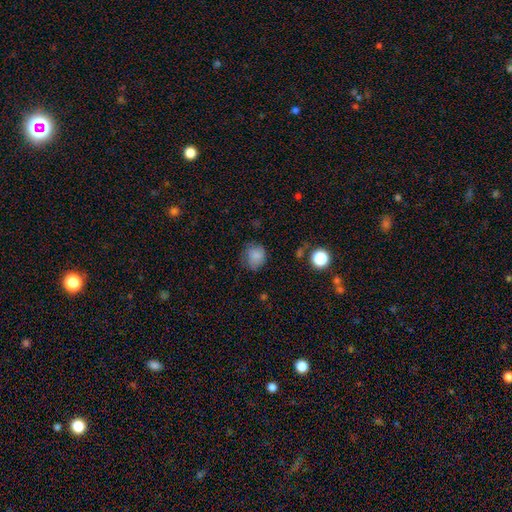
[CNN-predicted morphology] Q: Smooth or featured?
A: smooth (81%); runner-up: star or artifact (11%)
Q: How rounded?
A: round (76%); runner-up: in between (23%)
Q: Merging?
A: none (66%); runner-up: minor disturbance (25%)